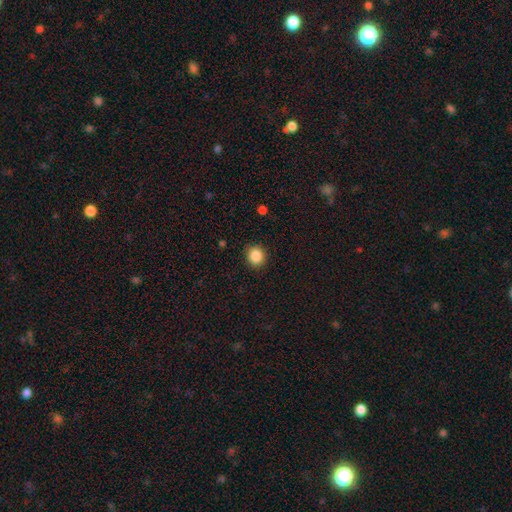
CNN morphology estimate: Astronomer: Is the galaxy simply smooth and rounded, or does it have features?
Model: smooth — 87%.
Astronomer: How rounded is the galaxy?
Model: round — 87%.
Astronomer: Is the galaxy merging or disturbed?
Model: none — 90%.